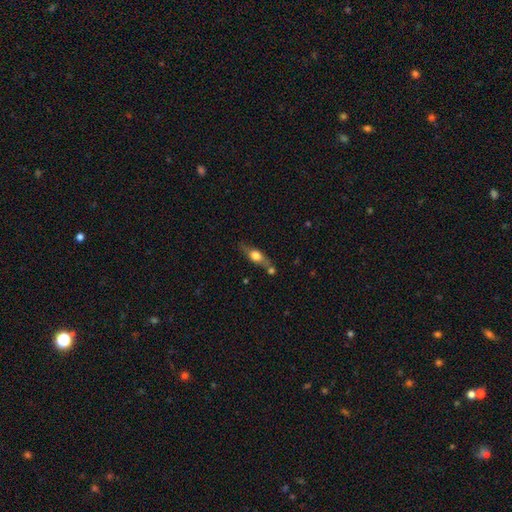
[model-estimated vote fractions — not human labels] The model was most divided on "smooth or featured": smooth: 48%, featured or disk: 45%, star or artifact: 7%. More confident: merging — none (63%).